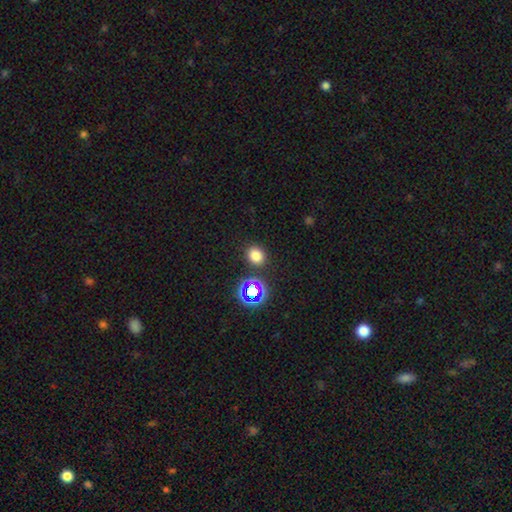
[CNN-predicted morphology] Smooth or featured: smooth — 75% (star or artifact — 19%)
How rounded: round — 61% (in between — 38%)
Merging: none — 85% (minor disturbance — 8%)